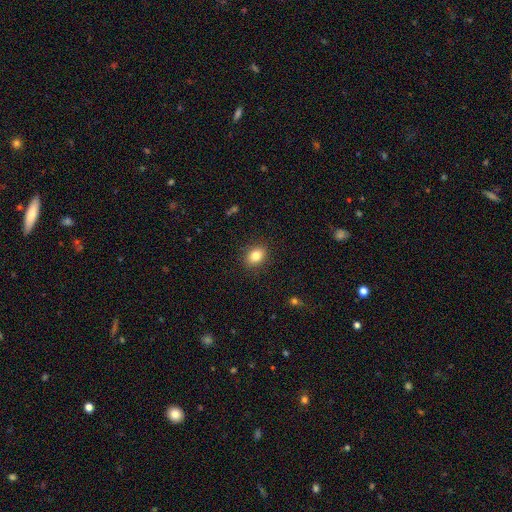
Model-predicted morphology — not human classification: A smooth galaxy with no disk features (83%) that is in between round and cigar-shaped (57%). Merging: none (89%).